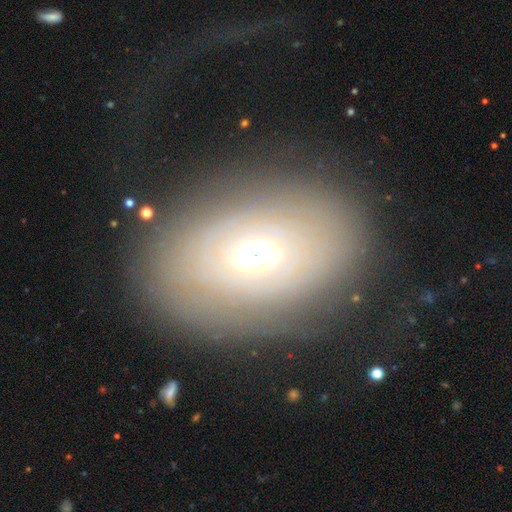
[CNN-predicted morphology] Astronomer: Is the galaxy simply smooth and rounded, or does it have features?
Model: featured or disk — 48% (runner-up: smooth, 39%).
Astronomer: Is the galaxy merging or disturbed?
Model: none — 76%.